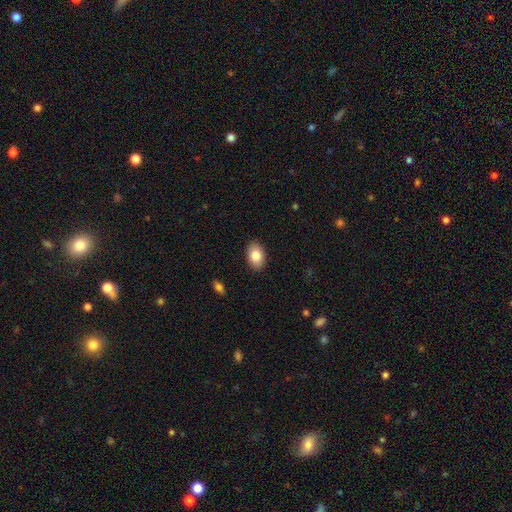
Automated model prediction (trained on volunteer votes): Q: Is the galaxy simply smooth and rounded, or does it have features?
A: smooth — 84%.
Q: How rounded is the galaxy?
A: in between — 89%.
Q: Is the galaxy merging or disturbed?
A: none — 89%.